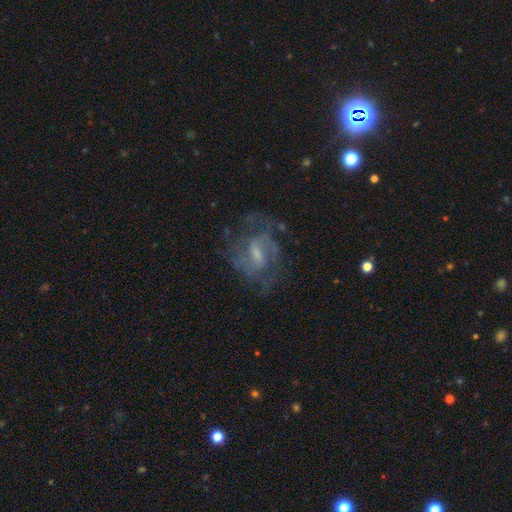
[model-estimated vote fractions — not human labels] Smooth or featured? Predicted: featured or disk (p=0.70). Edge-on disk? Predicted: no (p=0.95). Bar? Predicted: weak (p=0.53). Spiral arms? Predicted: yes (p=0.90). Spiral winding? Predicted: medium (p=0.44). Spiral arm count? Predicted: can't tell (p=0.36). Bulge size? Predicted: small (p=0.46). Merging? Predicted: none (p=0.72).